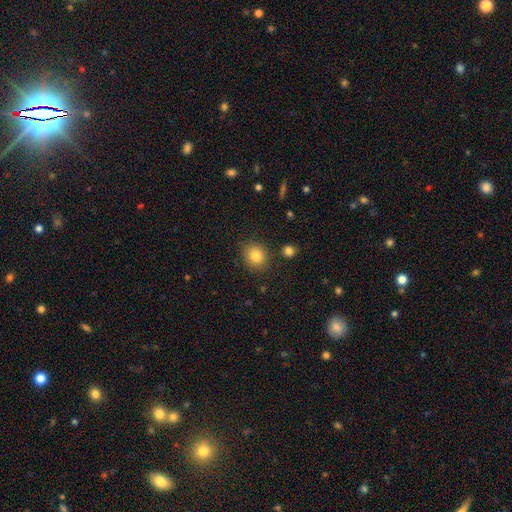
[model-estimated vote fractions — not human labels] A smooth galaxy with no disk features (84%) that is round (70%). Merging: none (83%).